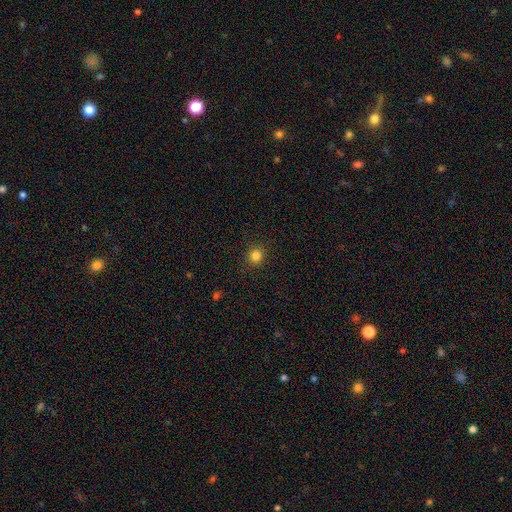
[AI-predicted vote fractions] smooth 82%, star or artifact 13%, featured or disk 5%. Down the decision tree: how rounded — round (90%); merging — none (91%).